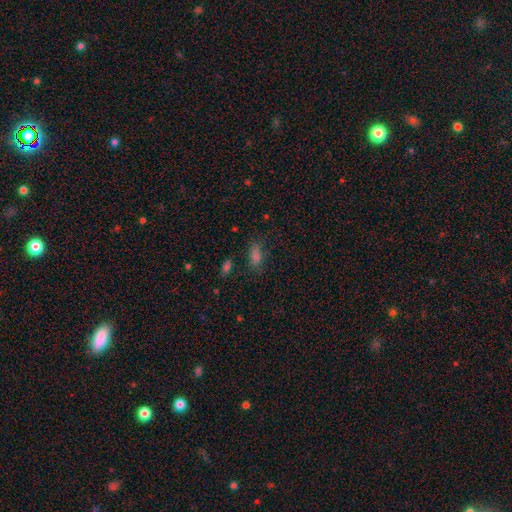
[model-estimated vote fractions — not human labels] This is likely a smooth galaxy (71%). How rounded: likely in between (78%). Merging: likely none (70%).